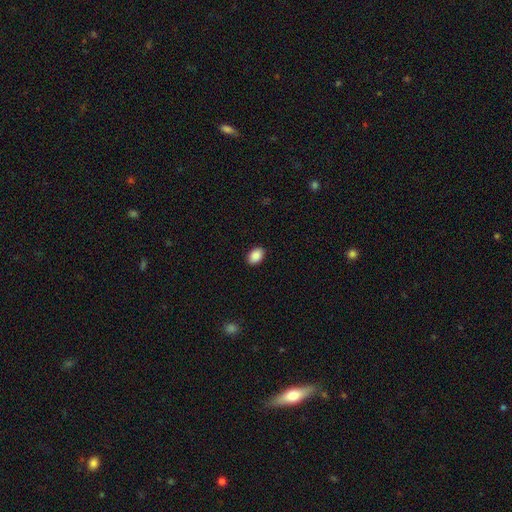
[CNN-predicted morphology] Smooth or featured? Predicted: smooth (p=0.90). How rounded? Predicted: in between (p=0.84). Merging? Predicted: none (p=0.89).